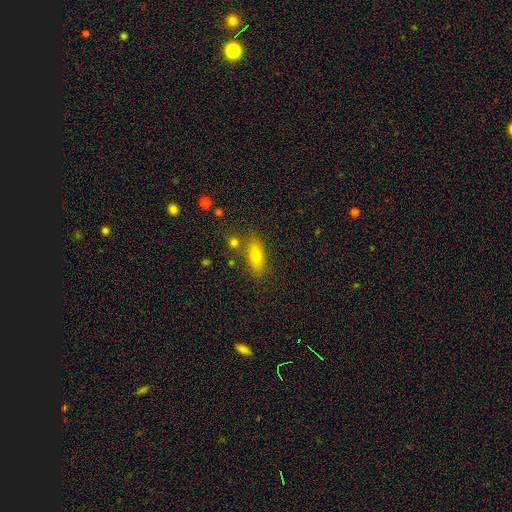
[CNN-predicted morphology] Smooth or featured? Predicted: smooth (p=0.74). How rounded? Predicted: in between (p=0.69). Merging? Predicted: none (p=0.76).